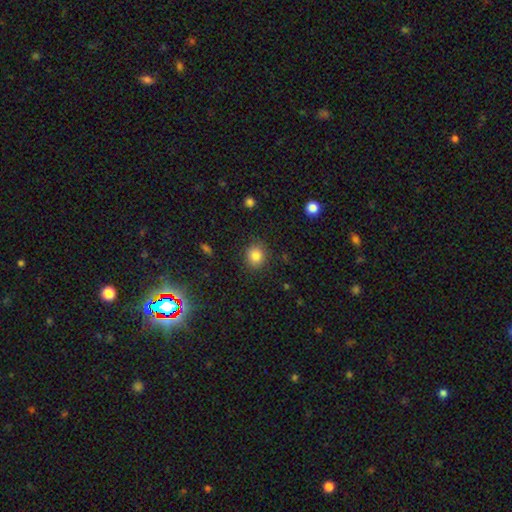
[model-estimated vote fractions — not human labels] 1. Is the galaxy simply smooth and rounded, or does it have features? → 83% smooth, 11% star or artifact, 6% featured or disk.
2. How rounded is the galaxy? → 79% round, 20% in between, 1% cigar-shaped.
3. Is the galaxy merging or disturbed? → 87% none, 9% minor disturbance, 3% major disturbance, 1% merger.